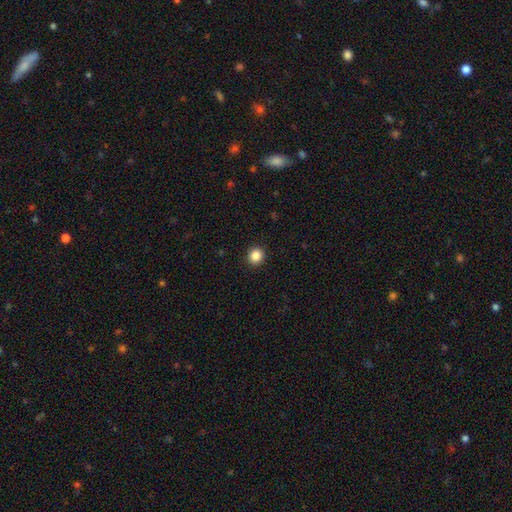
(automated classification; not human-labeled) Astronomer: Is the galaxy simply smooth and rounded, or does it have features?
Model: smooth — 86%.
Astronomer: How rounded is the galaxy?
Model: round — 90%.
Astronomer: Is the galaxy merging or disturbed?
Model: none — 93%.